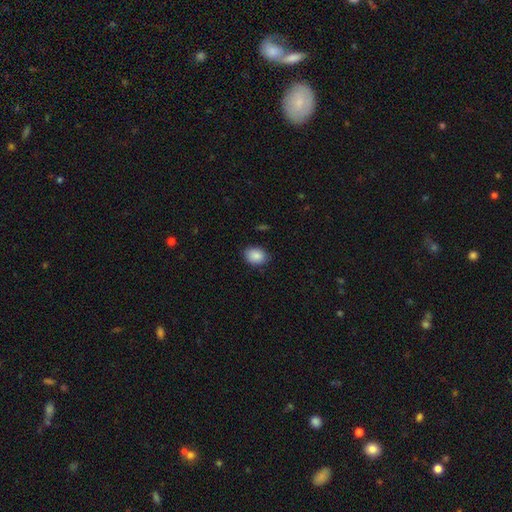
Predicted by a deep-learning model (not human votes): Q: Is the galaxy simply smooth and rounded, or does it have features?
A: smooth — 88%.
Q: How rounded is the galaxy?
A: in between — 67%.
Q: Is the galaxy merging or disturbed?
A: none — 84%.